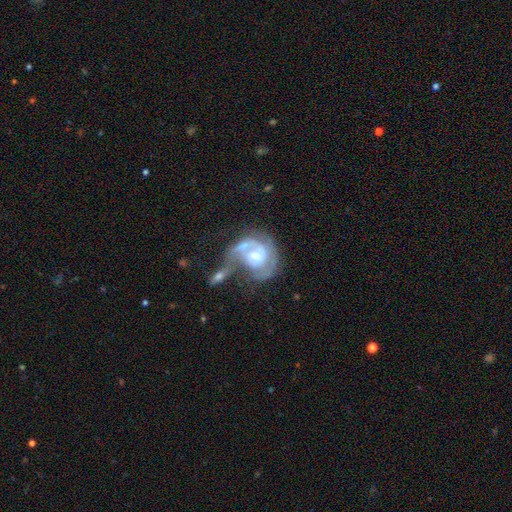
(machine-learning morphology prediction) Smooth or featured? Predicted: featured or disk (p=0.77). Edge-on disk? Predicted: no (p=0.97). Bar? Predicted: no (p=0.67). Spiral arms? Predicted: yes (p=0.84). Spiral winding? Predicted: tight (p=0.48). Spiral arm count? Predicted: 2 (p=0.49). Bulge size? Predicted: moderate (p=0.58). Merging? Predicted: merger (p=0.44).